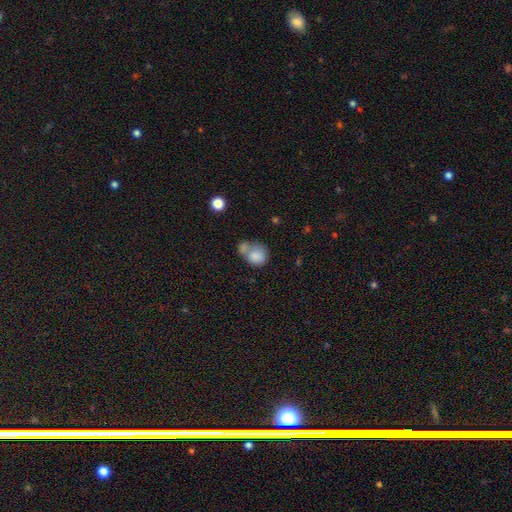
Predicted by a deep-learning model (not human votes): Overall: smooth (80%). How rounded: round (63%; in between 36%). Merging: merger (54%; none 27%).